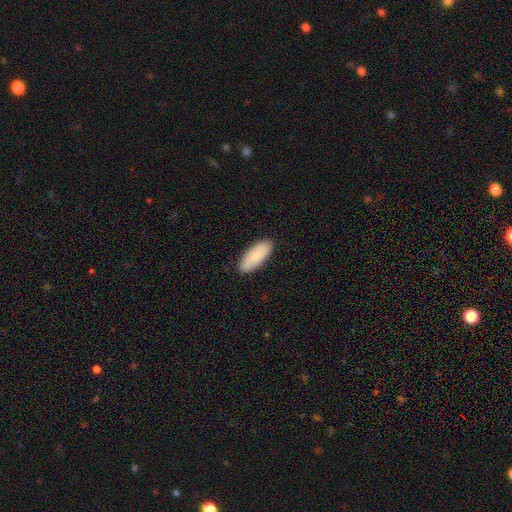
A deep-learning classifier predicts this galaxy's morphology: This is clearly a smooth galaxy (86%). How rounded: clearly in between (80%). Merging: clearly none (88%).